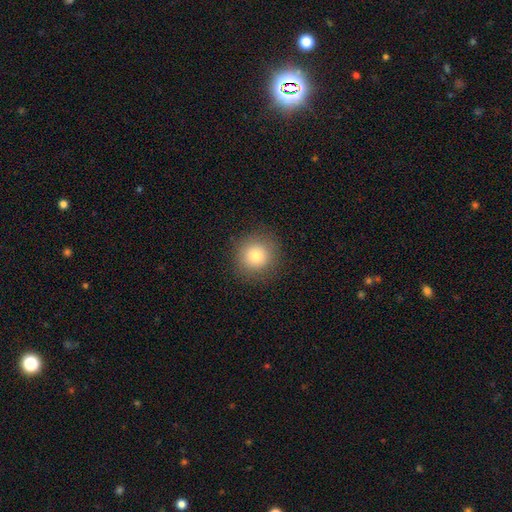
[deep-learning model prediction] smooth-or-featured: smooth: 78% | star or artifact: 12% | featured or disk: 10%
  how-rounded: round: 93% | in between: 6% | cigar-shaped: 1%
  merging: none: 89% | minor disturbance: 7% | major disturbance: 3% | merger: 1%